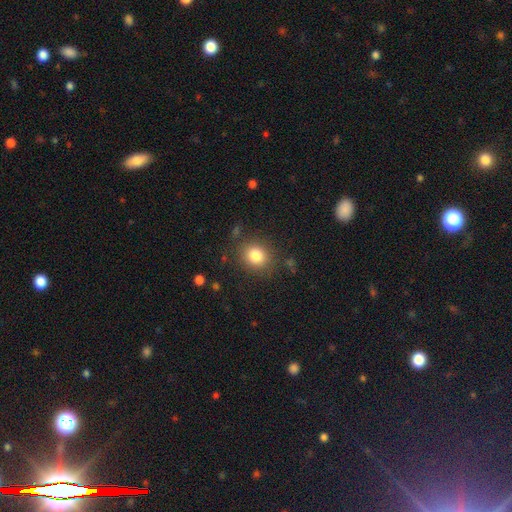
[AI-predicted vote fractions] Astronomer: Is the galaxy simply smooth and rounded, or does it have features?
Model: smooth — 82%.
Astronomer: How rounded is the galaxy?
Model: round — 76%.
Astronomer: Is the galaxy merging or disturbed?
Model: none — 84%.